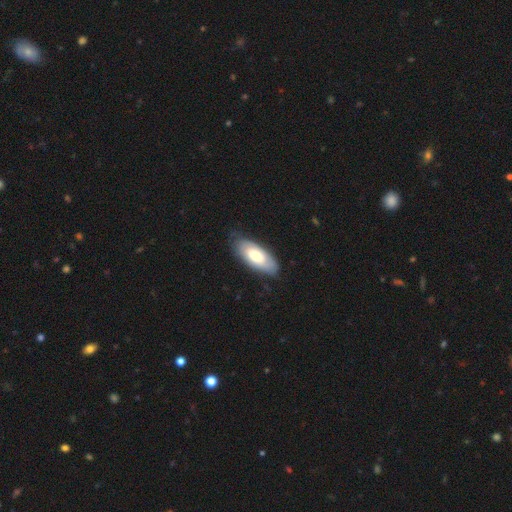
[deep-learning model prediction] Smooth or featured?
  - smooth: 66% *
  - featured or disk: 29%
  - star or artifact: 5%
How rounded?
  - in between: 85% *
  - cigar-shaped: 14%
  - round: 2%
Merging?
  - none: 77% *
  - minor disturbance: 17%
  - major disturbance: 4%
  - merger: 1%